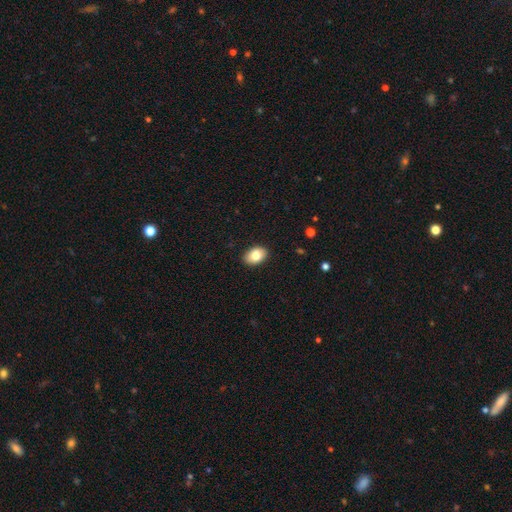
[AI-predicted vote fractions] A smooth galaxy with no disk features (81%) that is in between round and cigar-shaped (86%).

Vote fractions:
- Smooth or featured? smooth: 81% / featured or disk: 11% / star or artifact: 7%
- How rounded? in between: 86% / round: 13% / cigar-shaped: 1%
- Merging? none: 90% / minor disturbance: 8% / major disturbance: 2% / merger: 1%